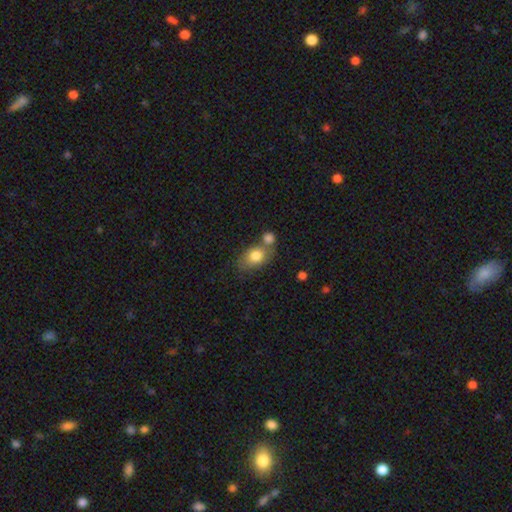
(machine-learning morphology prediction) smooth 79%, featured or disk 13%, star or artifact 8%. Down the decision tree: how rounded — in between (73%); merging — none (45%).